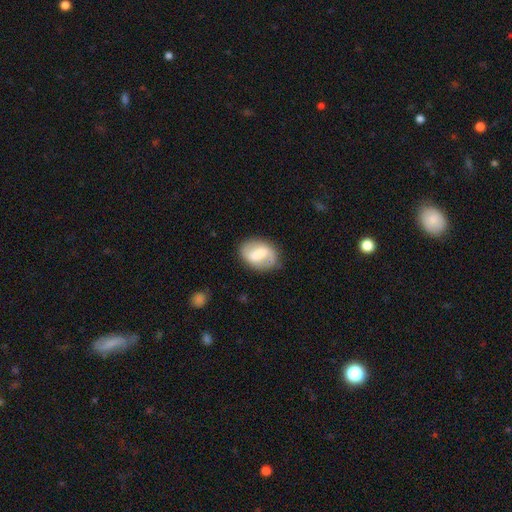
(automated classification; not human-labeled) A featured or disk galaxy (56%) with a strong bar (45%), spiral arms (70%) and a moderate central bulge (44%).

Vote fractions:
- Smooth or featured? featured or disk: 56% / smooth: 38% / star or artifact: 7%
- Edge-on disk? no: 96% / yes: 4%
- Bar? strong: 45% / weak: 40% / no: 14%
- Spiral arms? yes: 70% / no: 30%
- Bulge size? moderate: 44% / small: 26% / large: 17% / none: 11% / dominant: 3%
- Merging? none: 79% / minor disturbance: 15% / major disturbance: 5% / merger: 2%